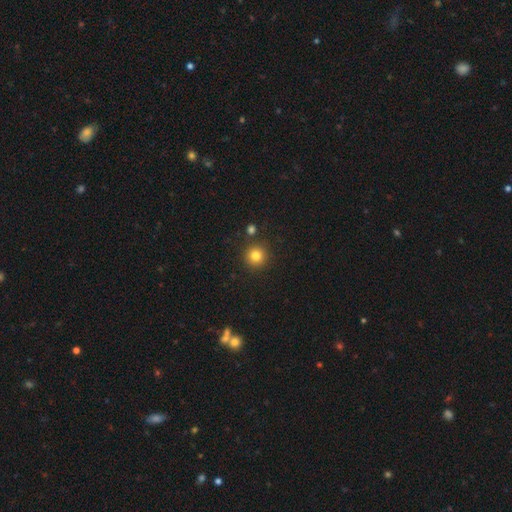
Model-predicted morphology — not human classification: Smooth or featured? Predicted: smooth (p=0.81). How rounded? Predicted: round (p=0.95). Merging? Predicted: none (p=0.87).